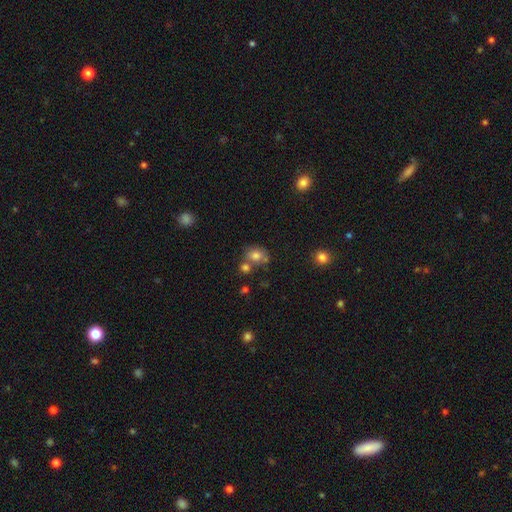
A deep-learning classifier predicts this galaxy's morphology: A smooth galaxy with no disk features (76%) that is round (60%).

Vote fractions:
- Smooth or featured? smooth: 76% / featured or disk: 13% / star or artifact: 11%
- How rounded? round: 60% / in between: 39% / cigar-shaped: 1%
- Merging? none: 50% / merger: 29% / minor disturbance: 15% / major disturbance: 5%